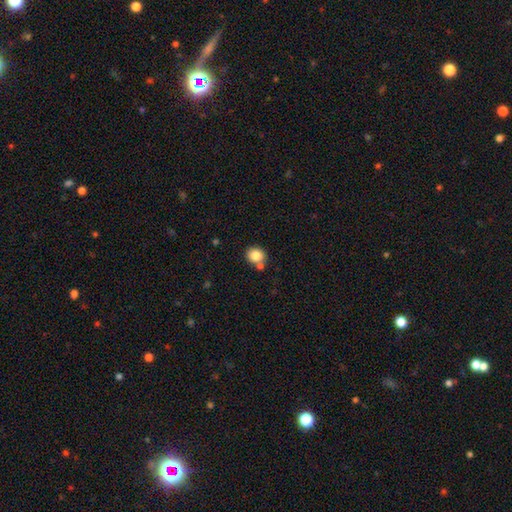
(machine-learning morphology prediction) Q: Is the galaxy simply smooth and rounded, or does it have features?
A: smooth — 83%.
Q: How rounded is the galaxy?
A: round — 78%.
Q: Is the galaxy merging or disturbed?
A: none — 68%.